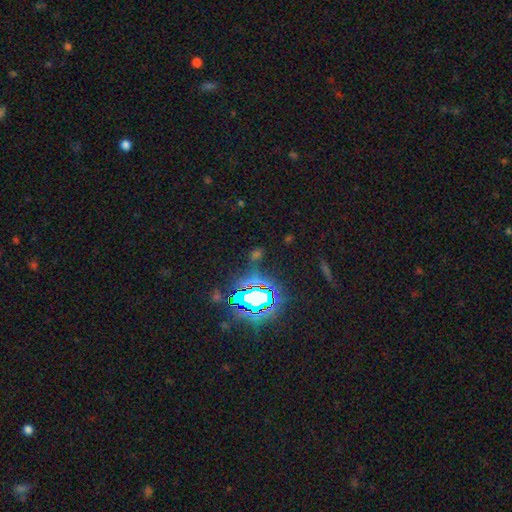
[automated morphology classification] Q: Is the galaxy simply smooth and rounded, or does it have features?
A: star or artifact — 68%.